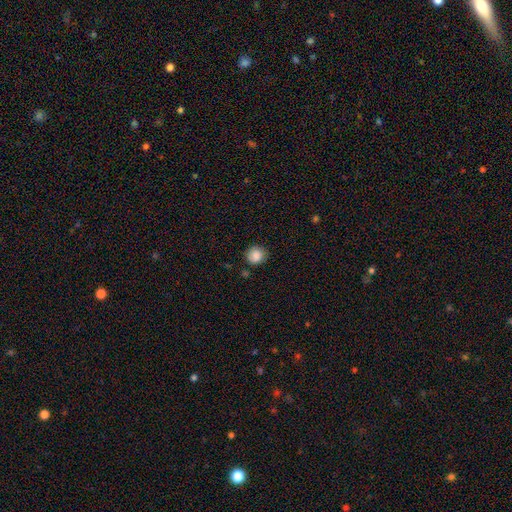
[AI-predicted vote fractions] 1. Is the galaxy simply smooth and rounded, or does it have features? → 87% smooth, 9% star or artifact, 4% featured or disk.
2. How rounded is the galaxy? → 86% round, 13% in between, 1% cigar-shaped.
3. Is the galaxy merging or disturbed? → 82% none, 13% minor disturbance, 3% major disturbance, 2% merger.